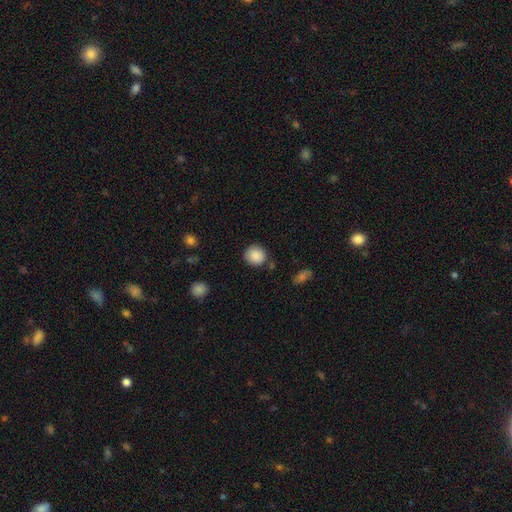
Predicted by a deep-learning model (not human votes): A smooth galaxy with no disk features (88%) that is round (89%). Merging: none (83%).